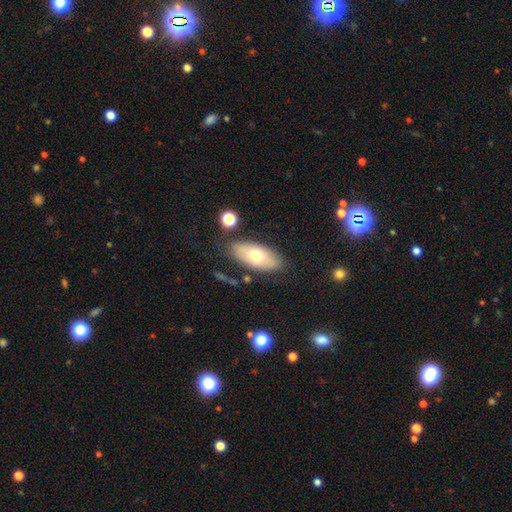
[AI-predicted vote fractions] A smooth galaxy with no disk features (64%) that is in between round and cigar-shaped (89%). Merging: none (78%).